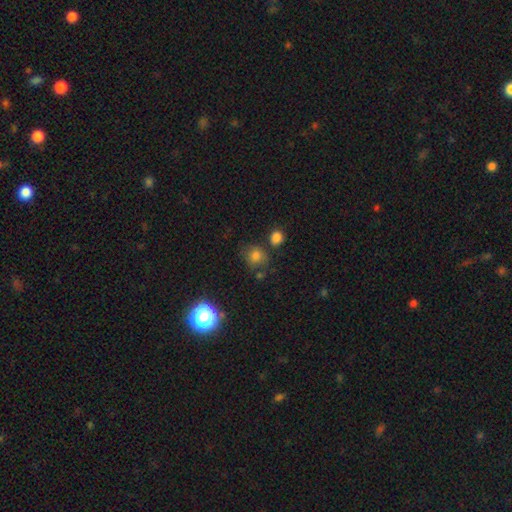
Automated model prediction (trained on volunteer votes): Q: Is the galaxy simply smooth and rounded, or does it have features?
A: smooth — 76%.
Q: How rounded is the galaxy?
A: round — 79%.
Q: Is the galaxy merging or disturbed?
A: none — 69%.